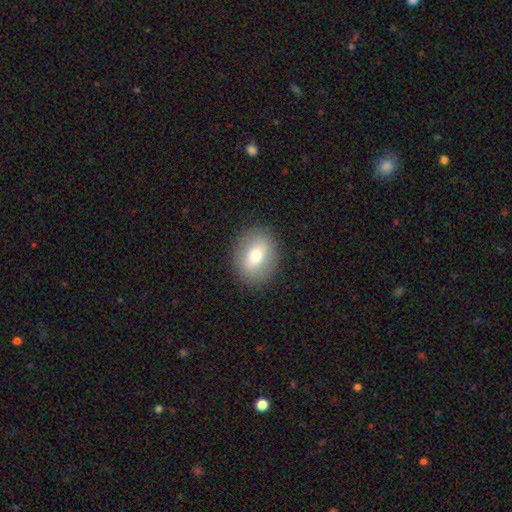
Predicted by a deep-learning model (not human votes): A smooth galaxy with no disk features (68%) that is in between round and cigar-shaped (58%).

Vote fractions:
- Smooth or featured? smooth: 68% / featured or disk: 24% / star or artifact: 8%
- How rounded? in between: 58% / round: 41% / cigar-shaped: 2%
- Merging? none: 88% / minor disturbance: 8% / major disturbance: 3% / merger: 1%